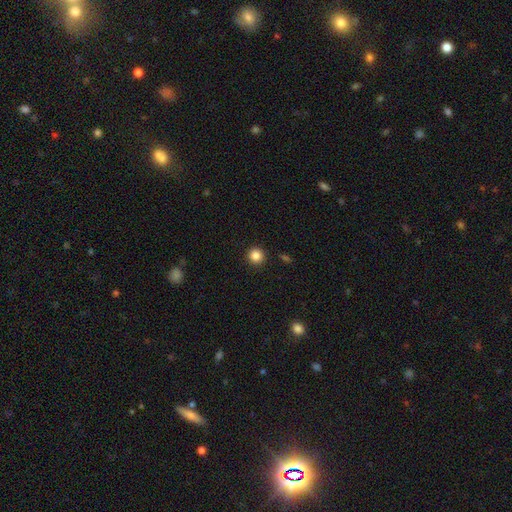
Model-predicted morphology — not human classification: Smooth or featured?
  - smooth: 85% *
  - star or artifact: 11%
  - featured or disk: 4%
How rounded?
  - round: 95% *
  - in between: 4%
  - cigar-shaped: 1%
Merging?
  - none: 92% *
  - minor disturbance: 5%
  - major disturbance: 2%
  - merger: 1%